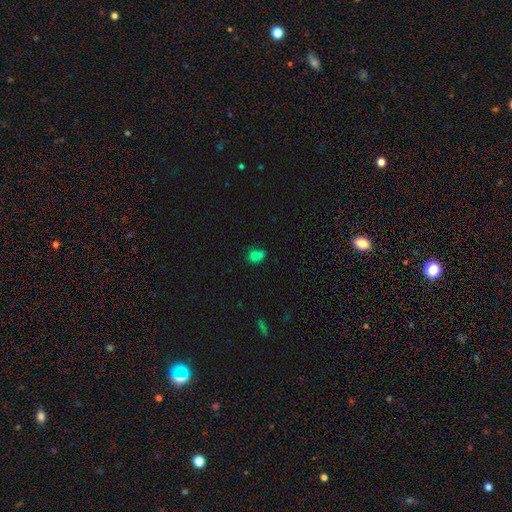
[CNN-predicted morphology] Smooth or featured? Predicted: smooth (p=0.70). How rounded? Predicted: in between (p=0.50). Merging? Predicted: none (p=0.45).